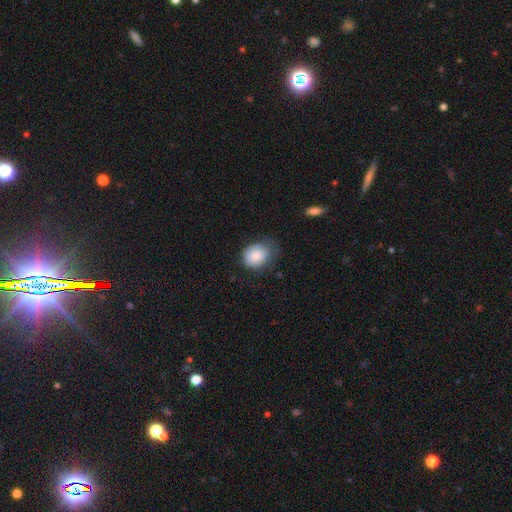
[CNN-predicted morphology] Q: Smooth or featured?
A: smooth (83%); runner-up: featured or disk (9%)
Q: How rounded?
A: round (50%); tied with: in between (50%)
Q: Merging?
A: none (51%); runner-up: minor disturbance (36%)